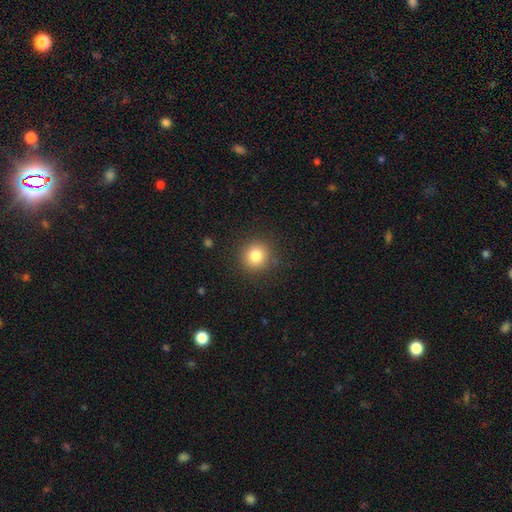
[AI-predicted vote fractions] This appears to be a smooth galaxy with no disk features (81%) that is round (92%). Merging: none (89%).